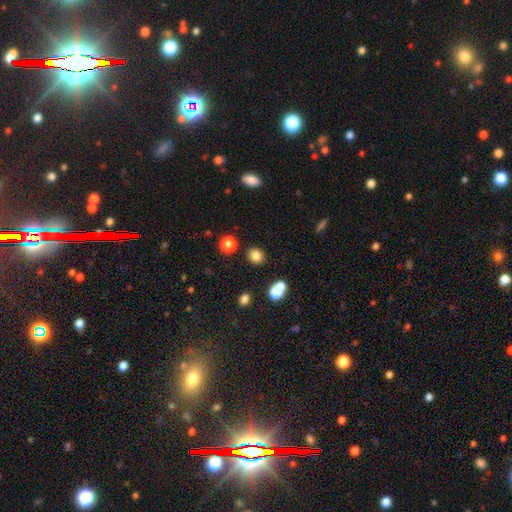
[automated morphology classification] This is clearly a smooth galaxy (82%). How rounded: likely round (77%). Merging: clearly none (85%).